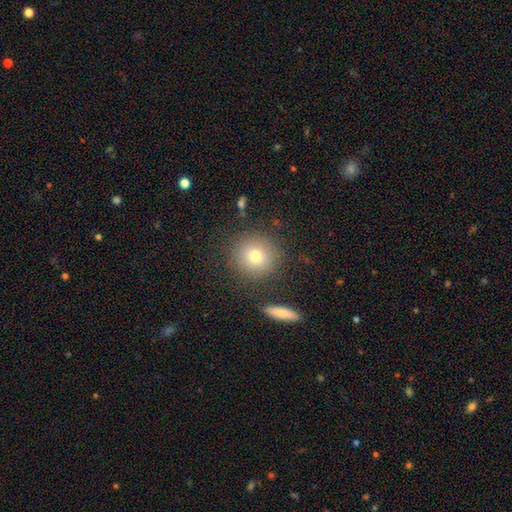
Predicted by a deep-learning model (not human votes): Overall: smooth (75%). How rounded: round (92%). Merging: none (85%).